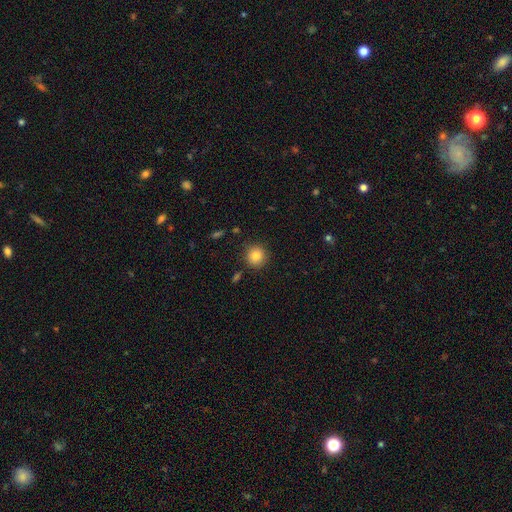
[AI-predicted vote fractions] This is clearly a smooth galaxy (83%). How rounded: clearly round (93%). Merging: clearly none (89%).